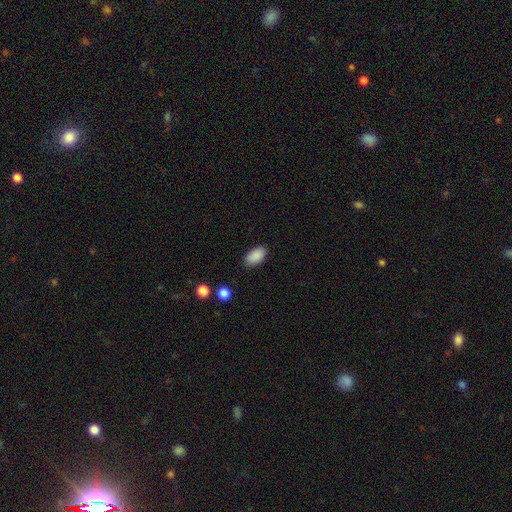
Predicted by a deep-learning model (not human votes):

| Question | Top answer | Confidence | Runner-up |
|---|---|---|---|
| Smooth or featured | smooth | 89% | star or artifact (7%) |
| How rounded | in between | 93% | round (4%) |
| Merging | none | 83% | minor disturbance (13%) |